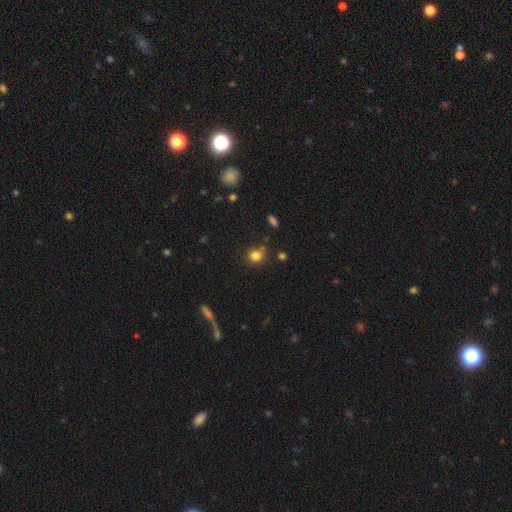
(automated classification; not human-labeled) smooth-or-featured: smooth: 81% | star or artifact: 13% | featured or disk: 6%
  how-rounded: round: 83% | in between: 16% | cigar-shaped: 1%
  merging: none: 74% | minor disturbance: 15% | merger: 7% | major disturbance: 4%